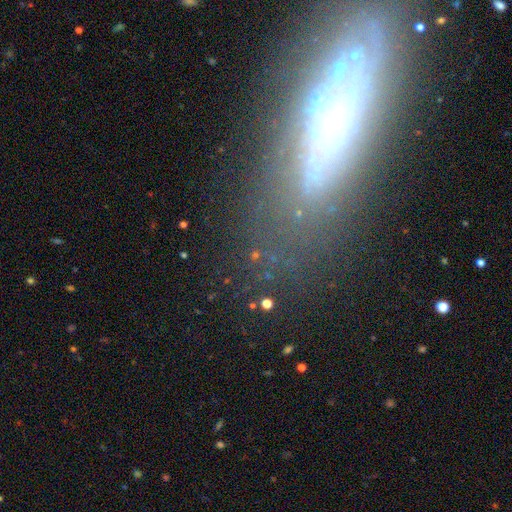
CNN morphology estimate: A star or artifact, not a galaxy (42%).

Vote fractions:
- Smooth or featured? star or artifact: 42% / featured or disk: 33% / smooth: 25%